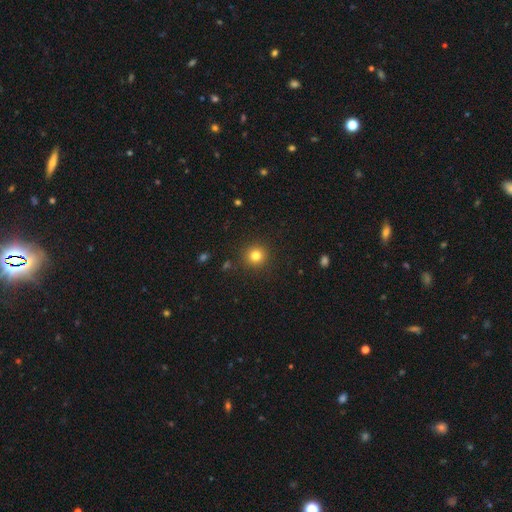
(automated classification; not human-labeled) The model was most divided on "smooth or featured": smooth: 81%, star or artifact: 13%, featured or disk: 6%. More confident: how rounded — round (94%); merging — none (91%).